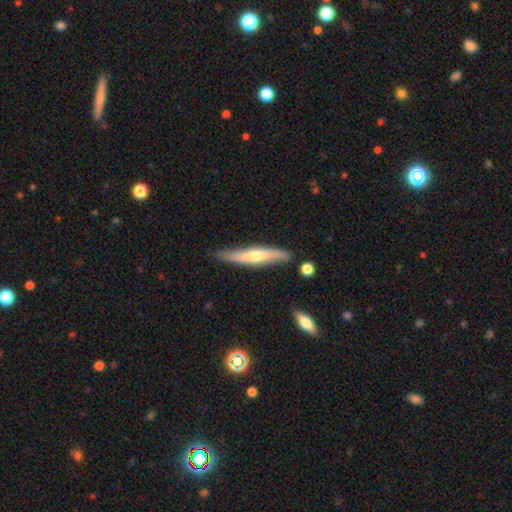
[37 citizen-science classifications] featured or disk 70%, smooth 22%, star or artifact 8%. Down the decision tree: edge-on disk — yes (96%); edge-on bulge — rounded (92%); merging — none (76%).